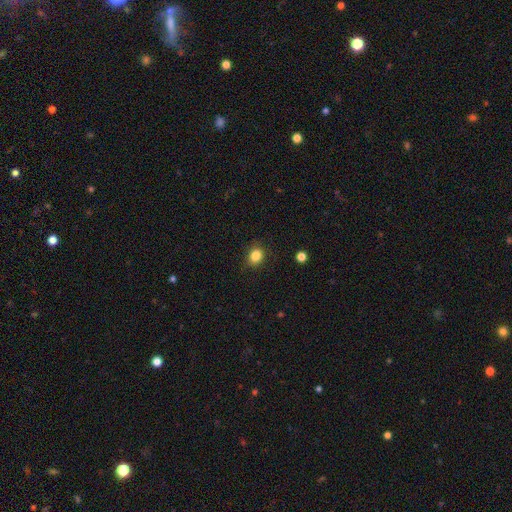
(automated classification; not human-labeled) Morphology: type=smooth (85%); roundness=in between (51%); merging=none (85%).